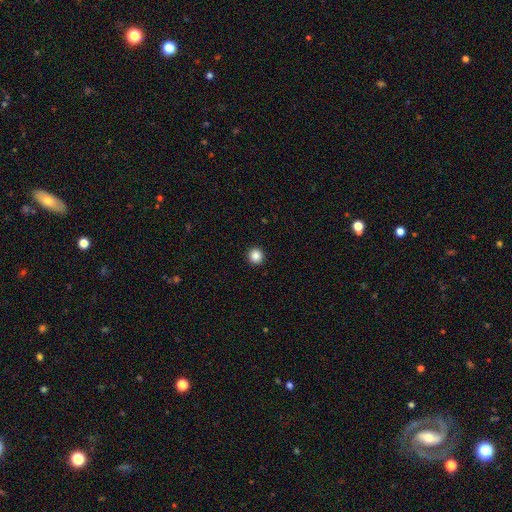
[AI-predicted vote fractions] Smooth or featured: smooth — 86% (star or artifact — 10%)
How rounded: round — 95% (in between — 4%)
Merging: none — 94% (minor disturbance — 4%)